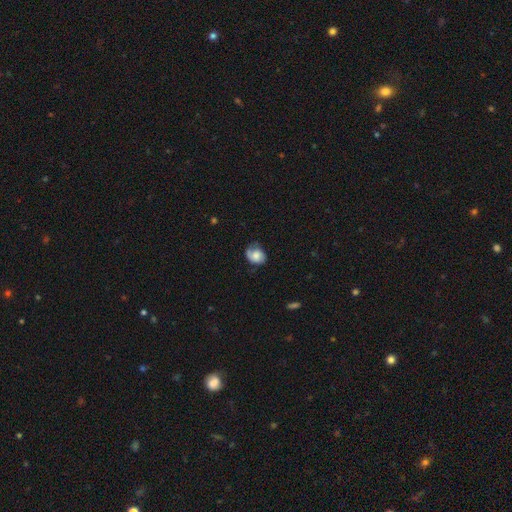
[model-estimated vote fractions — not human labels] Morphology: type=smooth (52%); roundness=round (52%); merging=none (55%).